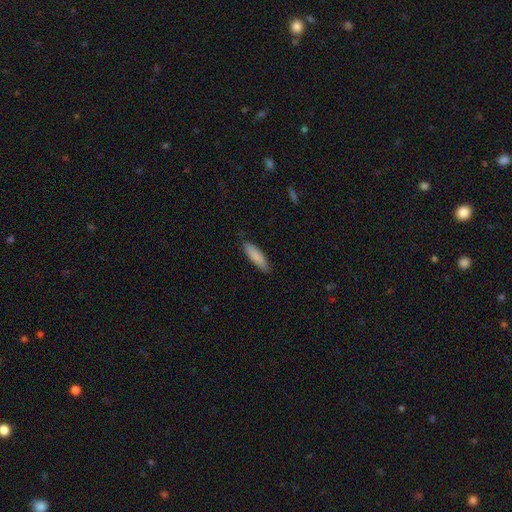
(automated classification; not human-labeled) Smooth or featured? Predicted: smooth (p=0.86). How rounded? Predicted: cigar-shaped (p=0.63). Merging? Predicted: none (p=0.83).